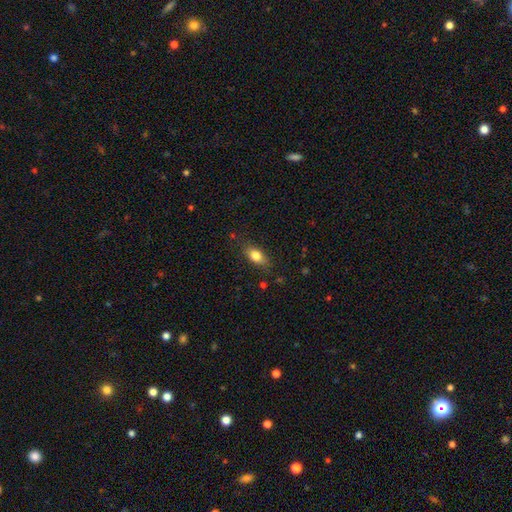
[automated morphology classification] smooth-or-featured: smooth: 82% | featured or disk: 10% | star or artifact: 8%
  how-rounded: in between: 85% | round: 8% | cigar-shaped: 7%
  merging: none: 78% | minor disturbance: 16% | major disturbance: 4% | merger: 2%